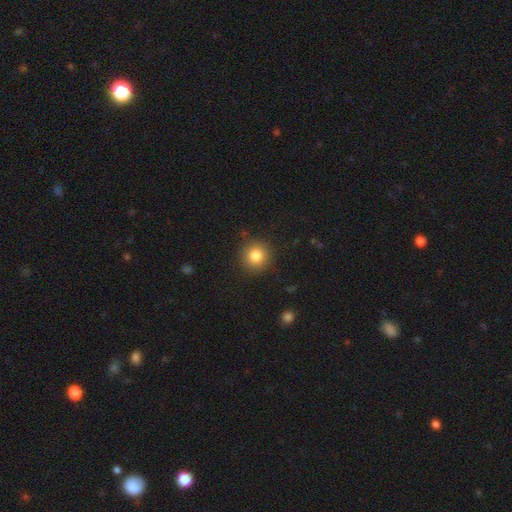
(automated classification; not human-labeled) Smooth or featured? smooth (83%)
How rounded? round (93%)
Merging? none (89%)